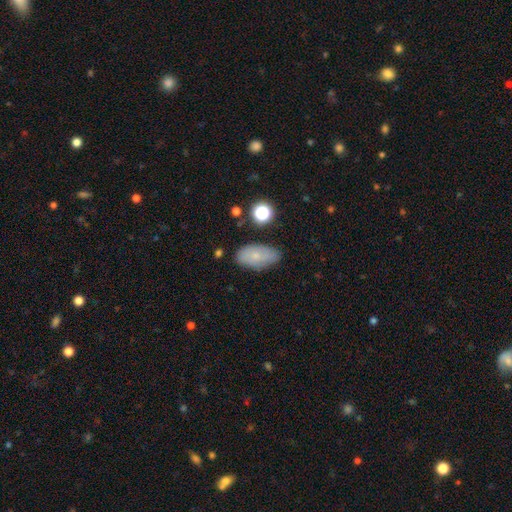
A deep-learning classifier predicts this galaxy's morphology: Smooth or featured? smooth (71%)
How rounded? in between (91%)
Merging? none (73%)